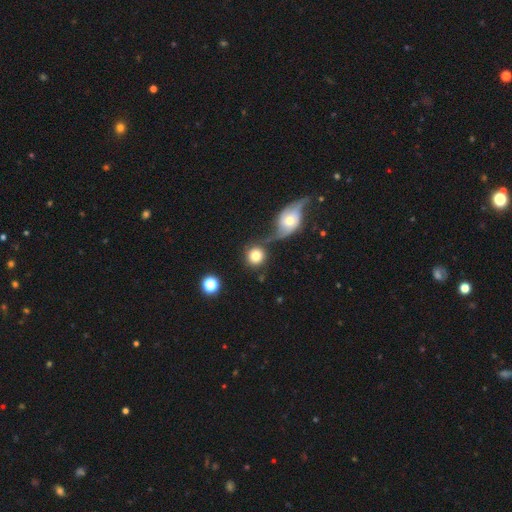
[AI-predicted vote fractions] Q: Smooth or featured?
A: smooth (78%); runner-up: featured or disk (13%)
Q: How rounded?
A: round (91%); runner-up: in between (8%)
Q: Merging?
A: none (58%); runner-up: merger (25%)